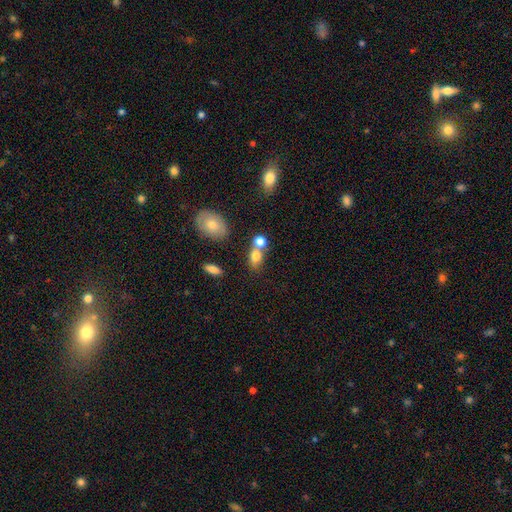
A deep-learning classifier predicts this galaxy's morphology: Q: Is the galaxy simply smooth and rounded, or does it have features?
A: smooth — 76%.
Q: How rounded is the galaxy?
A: in between — 59%.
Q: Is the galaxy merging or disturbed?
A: merger — 47%.